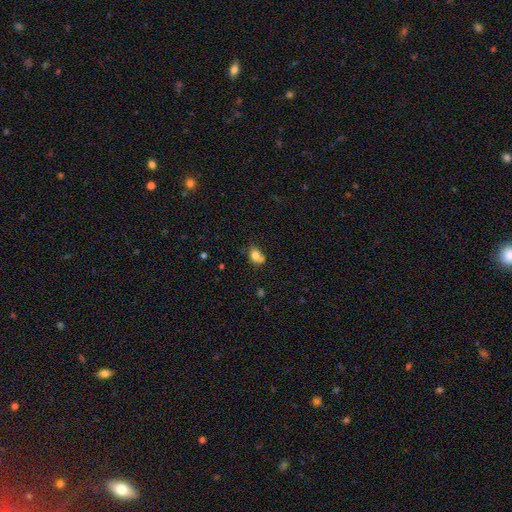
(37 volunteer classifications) Volunteers were most divided on "merging" (2-way tie): none: 40%, merger: 40%, major disturbance: 11%, minor disturbance: 9%. More confident: smooth or featured — smooth (76%); how rounded — in between (54%).